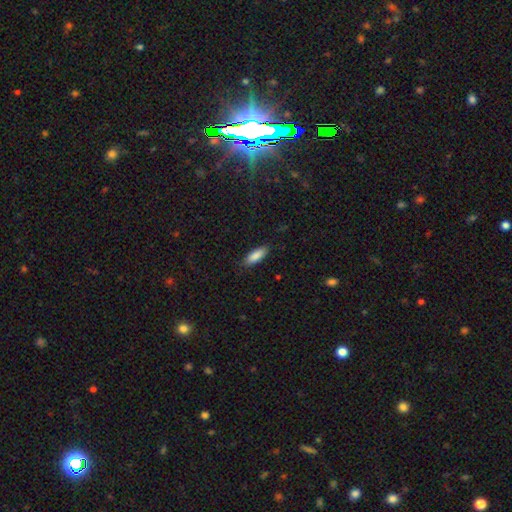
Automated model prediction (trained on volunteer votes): smooth_or_featured: smooth (p=0.87) [alt: featured or disk p=0.06]
how_rounded: in between (p=0.67) [alt: cigar-shaped p=0.32]
merging: none (p=0.87) [alt: minor disturbance p=0.10]